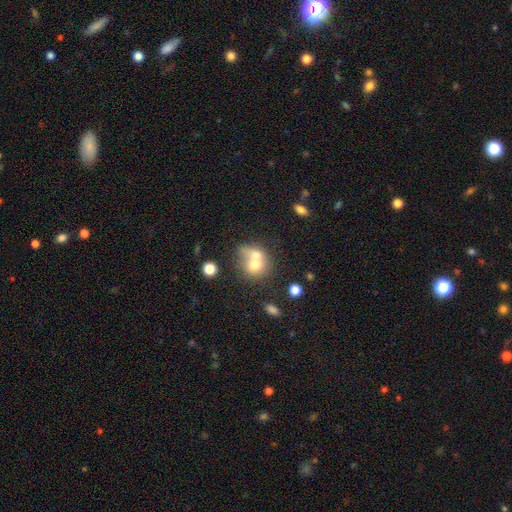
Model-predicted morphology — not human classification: Smooth or featured?
  - smooth: 64% *
  - featured or disk: 25%
  - star or artifact: 10%
How rounded?
  - round: 66% *
  - in between: 33%
  - cigar-shaped: 1%
Merging?
  - merger: 69% *
  - none: 19%
  - minor disturbance: 7%
  - major disturbance: 5%